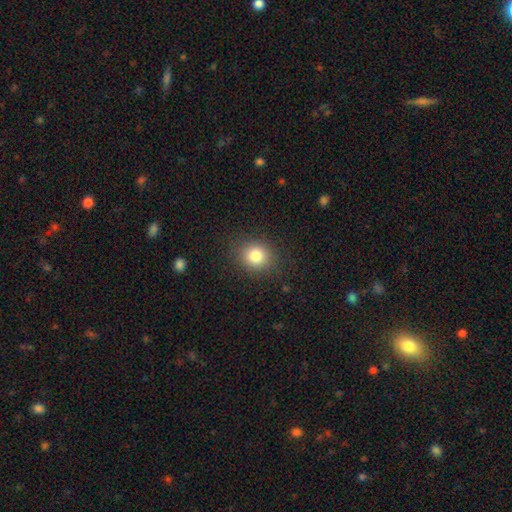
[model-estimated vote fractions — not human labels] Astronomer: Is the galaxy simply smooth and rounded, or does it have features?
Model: smooth — 81%.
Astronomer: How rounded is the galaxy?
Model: round — 75%.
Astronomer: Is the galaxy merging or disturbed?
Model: none — 87%.